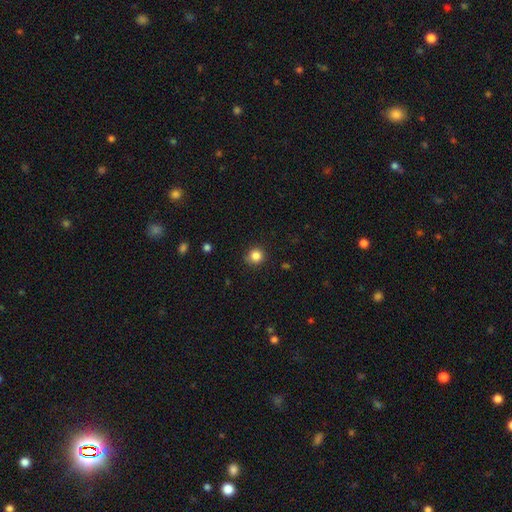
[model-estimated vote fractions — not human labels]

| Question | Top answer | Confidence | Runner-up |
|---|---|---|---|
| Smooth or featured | smooth | 84% | star or artifact (12%) |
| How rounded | round | 92% | in between (7%) |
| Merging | none | 87% | minor disturbance (9%) |